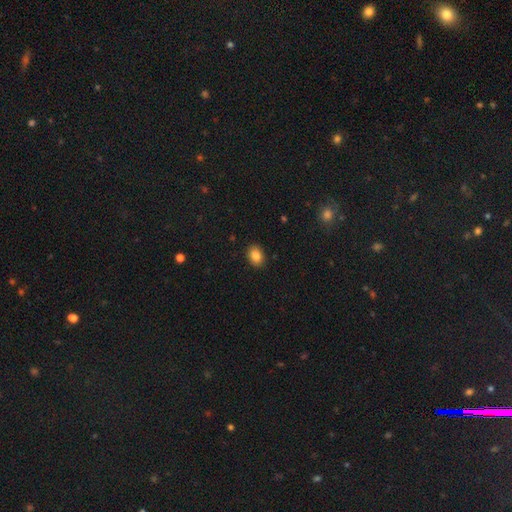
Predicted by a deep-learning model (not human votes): smooth_or_featured: smooth (p=0.85) [alt: star or artifact p=0.09]
how_rounded: in between (p=0.64) [alt: round p=0.35]
merging: none (p=0.90) [alt: minor disturbance p=0.07]